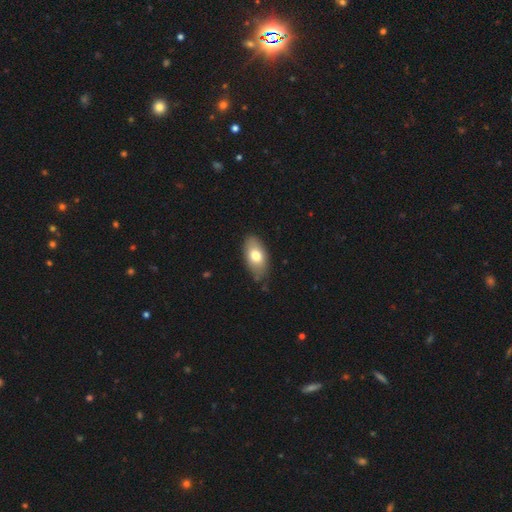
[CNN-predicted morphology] smooth-or-featured: smooth: 73% | featured or disk: 20% | star or artifact: 7%
  how-rounded: in between: 92% | round: 5% | cigar-shaped: 3%
  merging: none: 78% | minor disturbance: 17% | major disturbance: 3% | merger: 2%